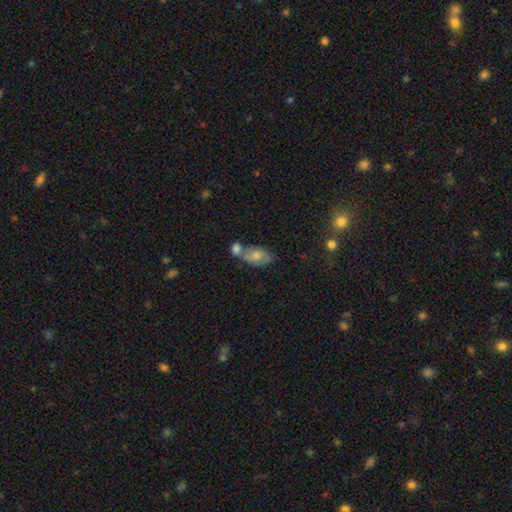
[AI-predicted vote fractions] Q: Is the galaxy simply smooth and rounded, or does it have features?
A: smooth — 48%.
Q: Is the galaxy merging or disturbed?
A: merger — 47%.